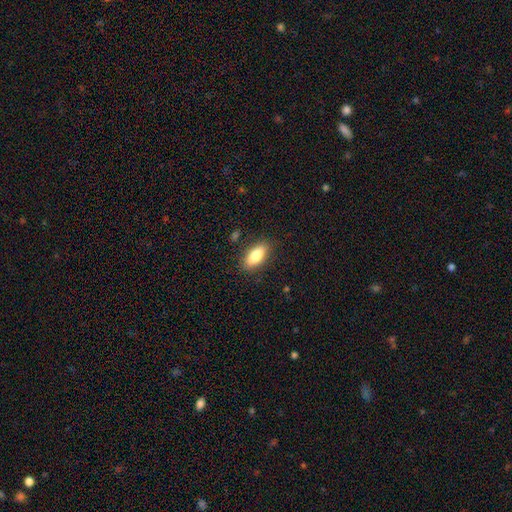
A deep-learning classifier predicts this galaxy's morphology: A smooth galaxy with no disk features (82%) that is in between round and cigar-shaped (84%).

Vote fractions:
- Smooth or featured? smooth: 82% / featured or disk: 11% / star or artifact: 7%
- How rounded? in between: 84% / cigar-shaped: 13% / round: 3%
- Merging? none: 85% / minor disturbance: 11% / major disturbance: 3% / merger: 1%